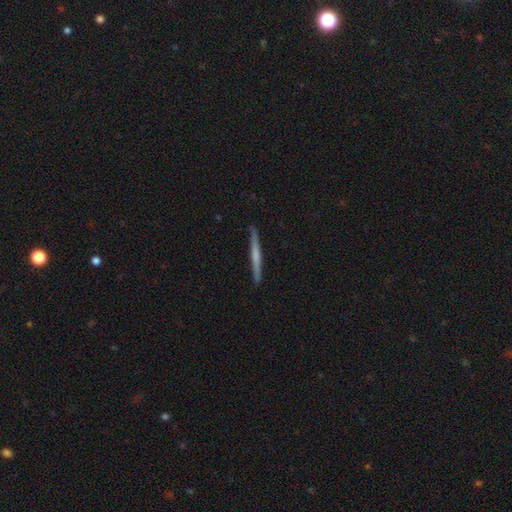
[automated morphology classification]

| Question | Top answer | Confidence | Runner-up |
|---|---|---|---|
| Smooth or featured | featured or disk | 50% | smooth (45%) |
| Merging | none | 91% | minor disturbance (7%) |